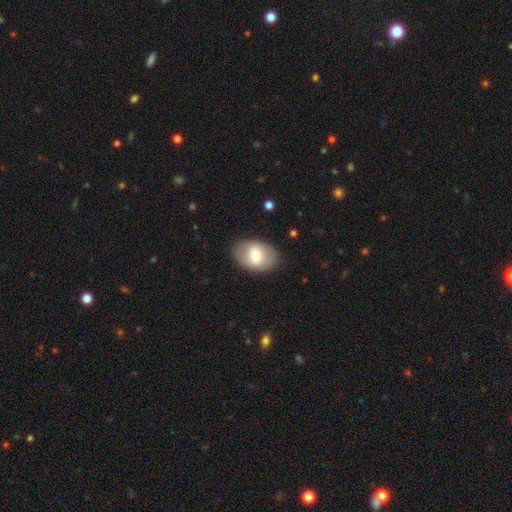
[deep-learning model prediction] Overall: smooth (62%; featured or disk 31%). How rounded: in between (78%). Merging: none (83%).